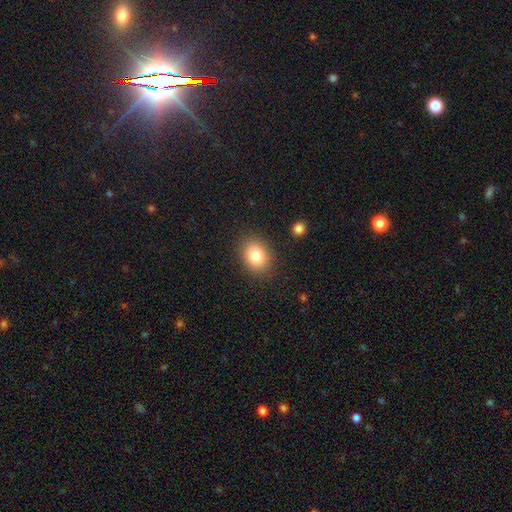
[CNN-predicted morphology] Smooth or featured?
  - smooth: 81% *
  - star or artifact: 10%
  - featured or disk: 8%
How rounded?
  - in between: 53% *
  - round: 46%
  - cigar-shaped: 1%
Merging?
  - none: 87% *
  - minor disturbance: 8%
  - major disturbance: 3%
  - merger: 2%